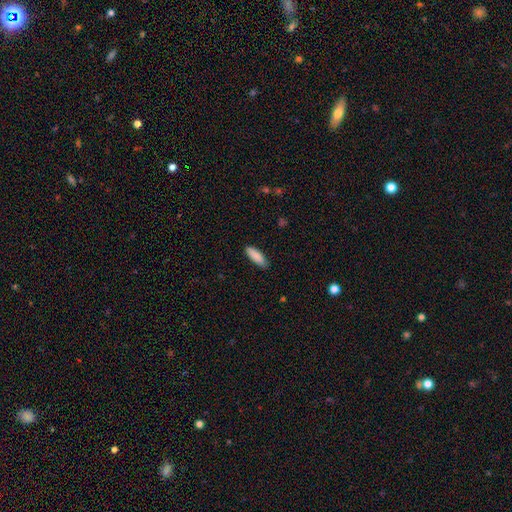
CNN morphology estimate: type=smooth (89%); roundness=in between (55%); merging=none (86%).